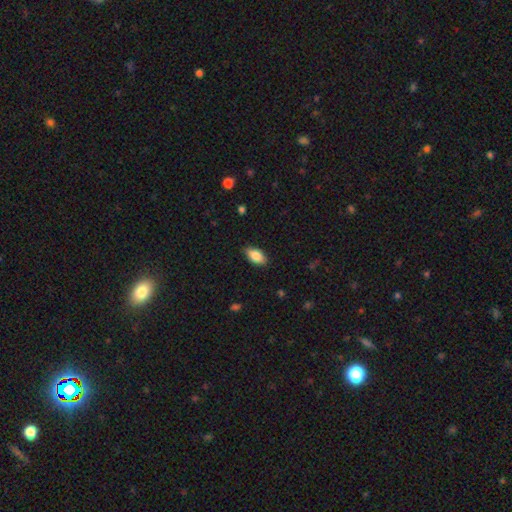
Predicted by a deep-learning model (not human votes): A smooth galaxy with no disk features (86%) that is in between round and cigar-shaped (93%). Merging: none (85%).